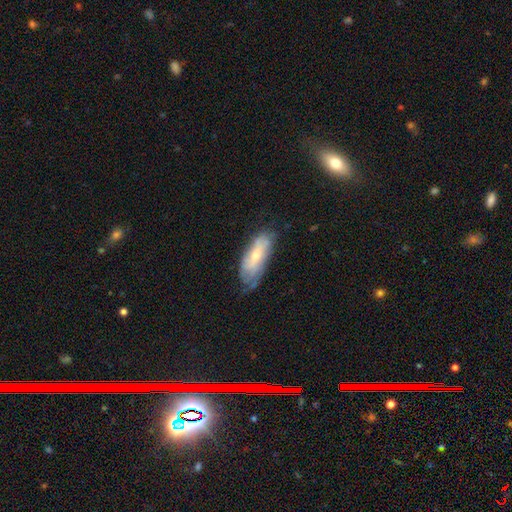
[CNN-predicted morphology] A featured or disk galaxy (50%).

Vote fractions:
- Smooth or featured? featured or disk: 50% / smooth: 43% / star or artifact: 8%
- Merging? none: 56% / minor disturbance: 31% / major disturbance: 11% / merger: 2%